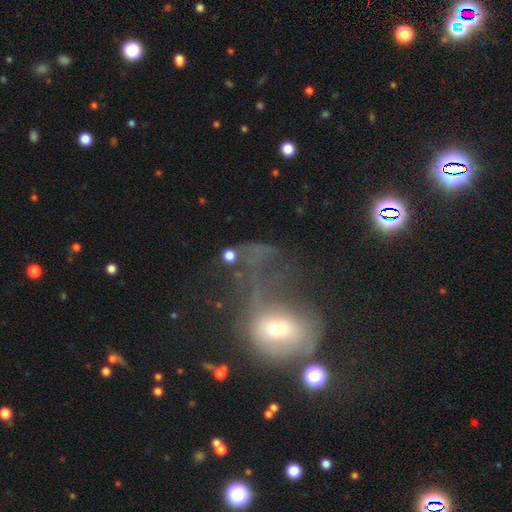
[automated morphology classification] Smooth or featured? smooth (42%)
Merging? major disturbance (56%)